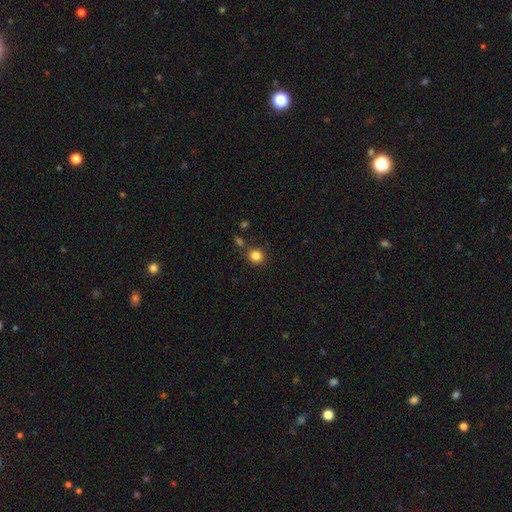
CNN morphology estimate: smooth_or_featured: smooth (p=0.84) [alt: star or artifact p=0.12]
how_rounded: round (p=0.85) [alt: in between p=0.14]
merging: none (p=0.81) [alt: minor disturbance p=0.09]